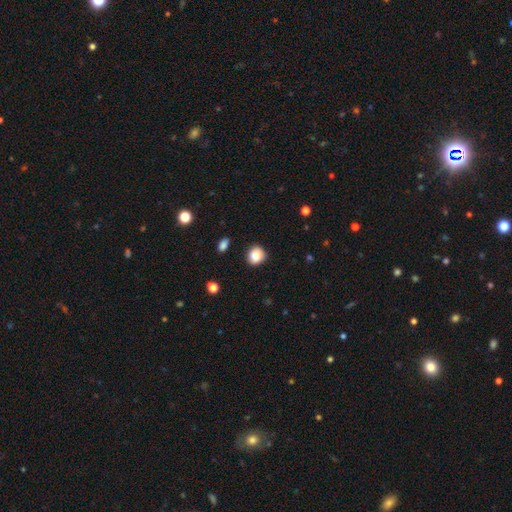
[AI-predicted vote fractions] This is clearly a smooth galaxy (87%). How rounded: clearly round (82%). Merging: clearly none (84%).